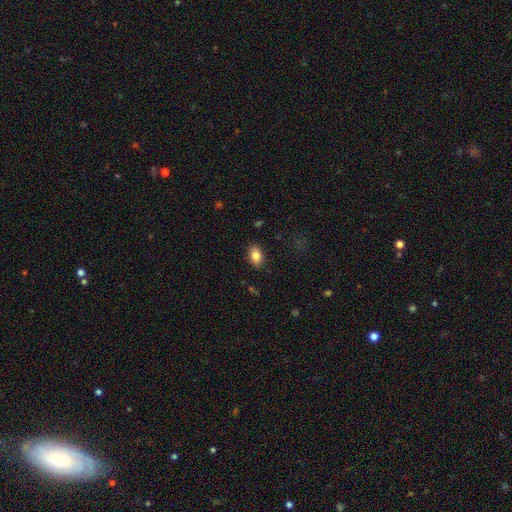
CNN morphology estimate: This is clearly a smooth galaxy (84%). How rounded: clearly in between (86%). Merging: clearly none (86%).